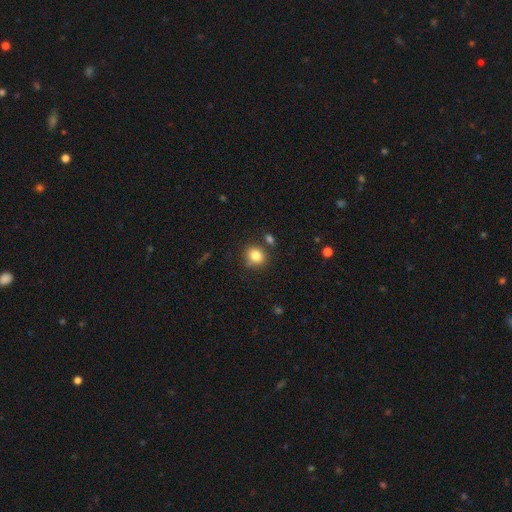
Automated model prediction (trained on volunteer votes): Smooth or featured? Predicted: smooth (p=0.82). How rounded? Predicted: round (p=0.74). Merging? Predicted: none (p=0.79).